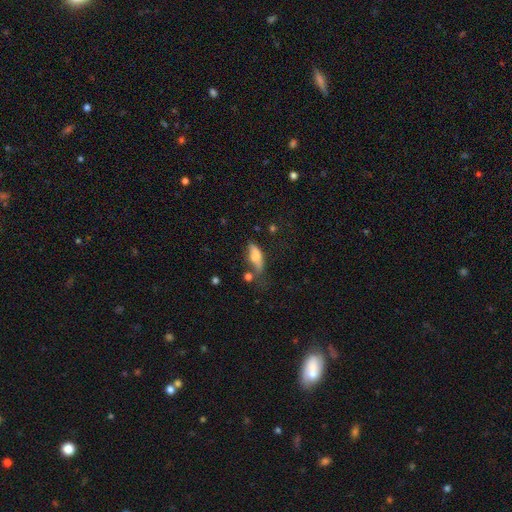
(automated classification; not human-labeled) Smooth or featured? smooth (66%)
How rounded? in between (64%)
Merging? none (35%)